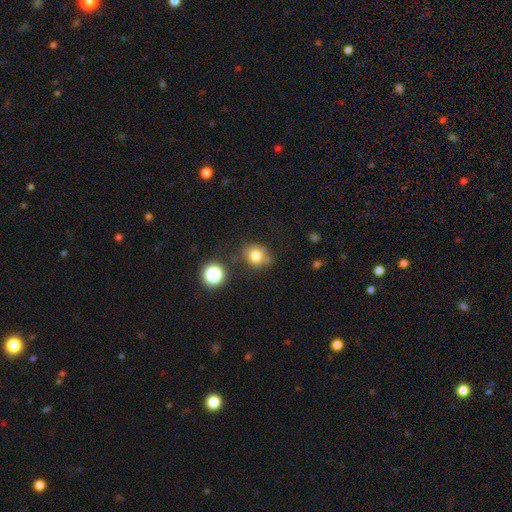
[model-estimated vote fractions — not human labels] smooth 78%, star or artifact 13%, featured or disk 9%. Down the decision tree: how rounded — round (80%); merging — none (68%).